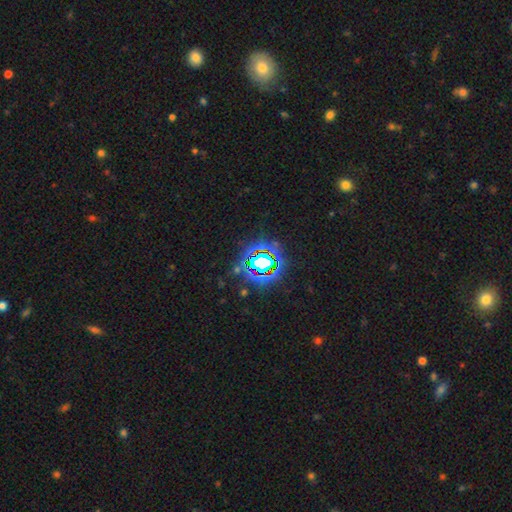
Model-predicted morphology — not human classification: Smooth or featured? star or artifact (77%)